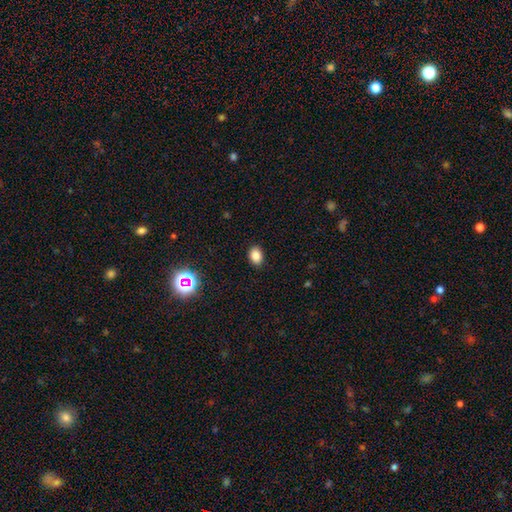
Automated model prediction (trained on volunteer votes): This is clearly a smooth galaxy (84%). How rounded: likely in between (74%). Merging: clearly none (89%).